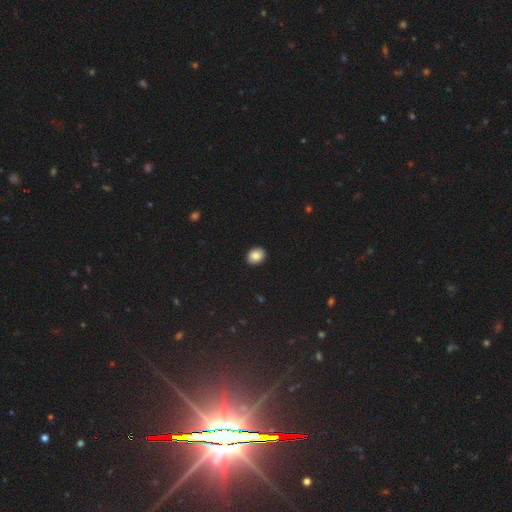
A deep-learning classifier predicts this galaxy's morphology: Q: Smooth or featured?
A: smooth (87%); runner-up: star or artifact (9%)
Q: How rounded?
A: in between (55%); runner-up: round (44%)
Q: Merging?
A: none (92%); runner-up: minor disturbance (6%)